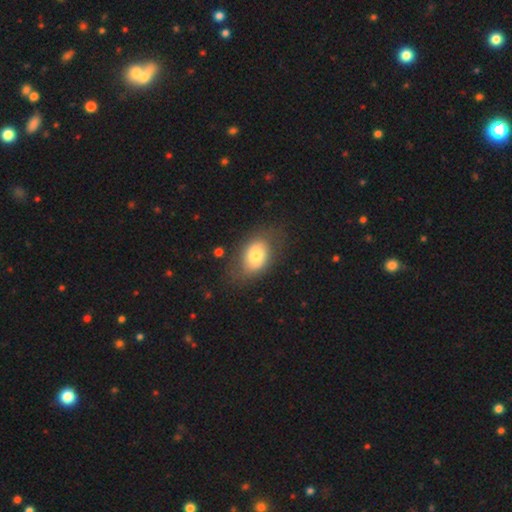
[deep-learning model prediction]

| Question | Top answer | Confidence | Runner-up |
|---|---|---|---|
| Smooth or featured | smooth | 71% | featured or disk (21%) |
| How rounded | in between | 79% | round (19%) |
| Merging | none | 71% | minor disturbance (19%) |